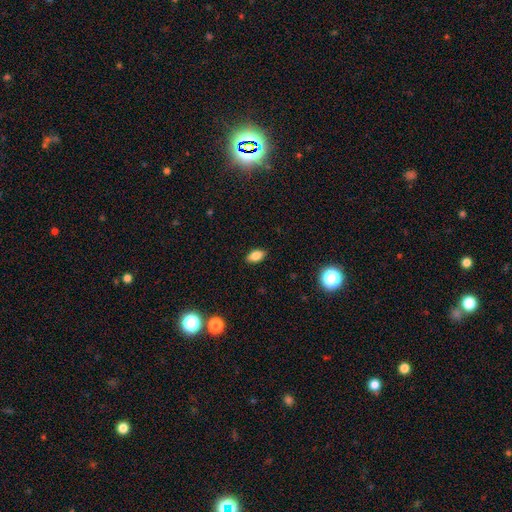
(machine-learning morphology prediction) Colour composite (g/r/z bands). It shows a smooth galaxy with no disk features (84%) that is in between round and cigar-shaped (89%). Merging: none (89%).